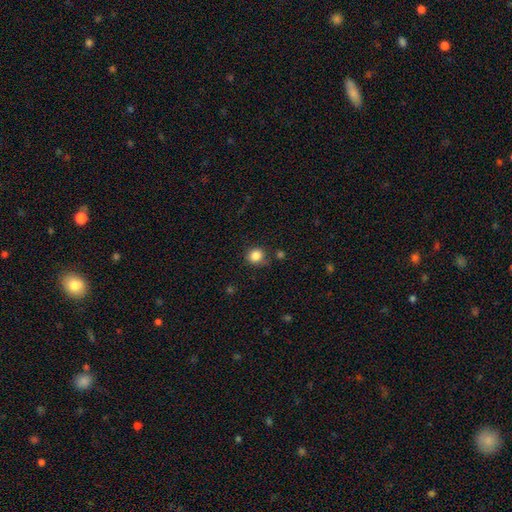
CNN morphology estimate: smooth-or-featured: smooth: 85% | star or artifact: 11% | featured or disk: 5%
  how-rounded: round: 86% | in between: 13% | cigar-shaped: 1%
  merging: none: 78% | minor disturbance: 15% | major disturbance: 4% | merger: 4%